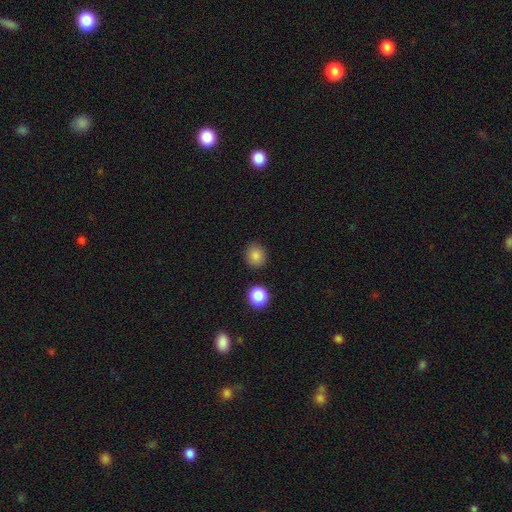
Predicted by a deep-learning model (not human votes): smooth 85%, star or artifact 11%, featured or disk 4%. Down the decision tree: how rounded — round (82%); merging — none (88%).